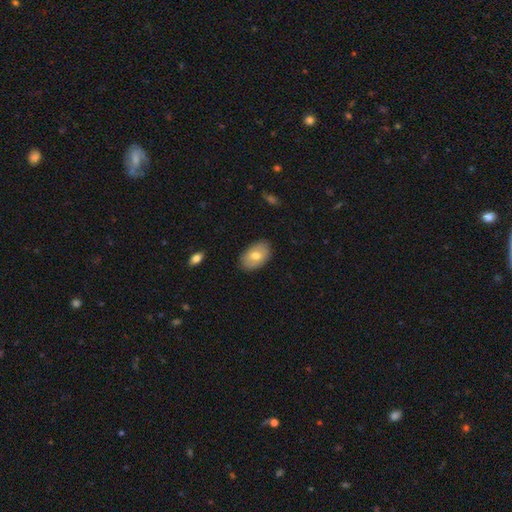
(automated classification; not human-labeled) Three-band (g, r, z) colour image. It shows a smooth galaxy with no disk features (71%) that is in between round and cigar-shaped (90%). Merging: none (86%).